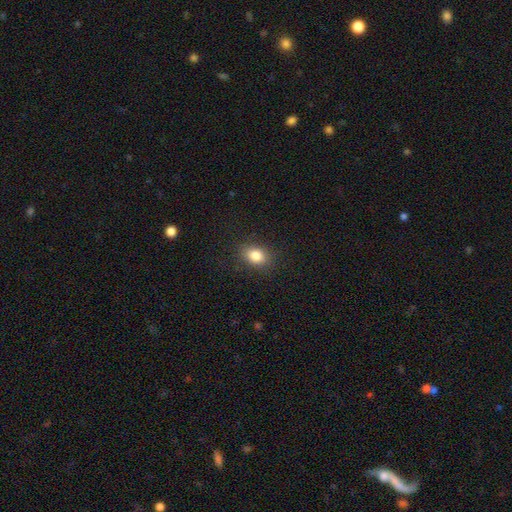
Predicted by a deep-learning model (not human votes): smooth 84%, star or artifact 10%, featured or disk 6%. Down the decision tree: how rounded — in between (69%); merging — none (86%).